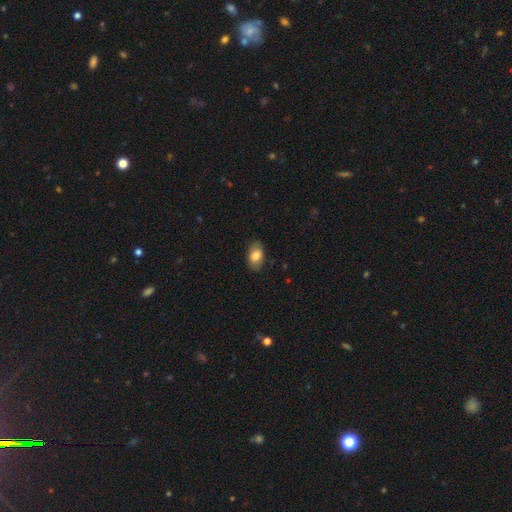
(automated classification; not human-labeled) Smooth or featured: smooth — 80% (featured or disk — 12%)
How rounded: in between — 90% (round — 9%)
Merging: none — 82% (minor disturbance — 14%)